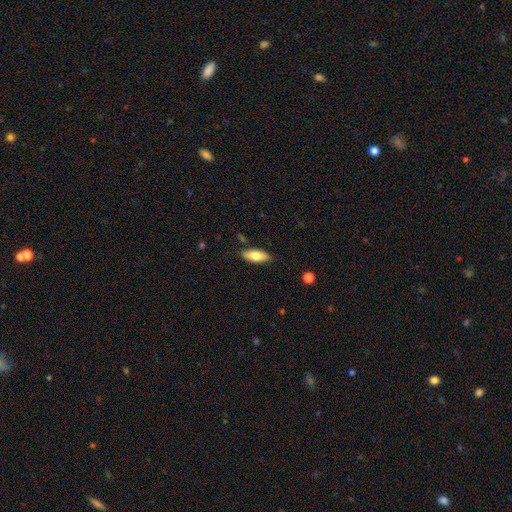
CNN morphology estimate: Q: Smooth or featured?
A: smooth (76%); runner-up: featured or disk (17%)
Q: How rounded?
A: in between (82%); runner-up: cigar-shaped (16%)
Q: Merging?
A: none (85%); runner-up: minor disturbance (11%)